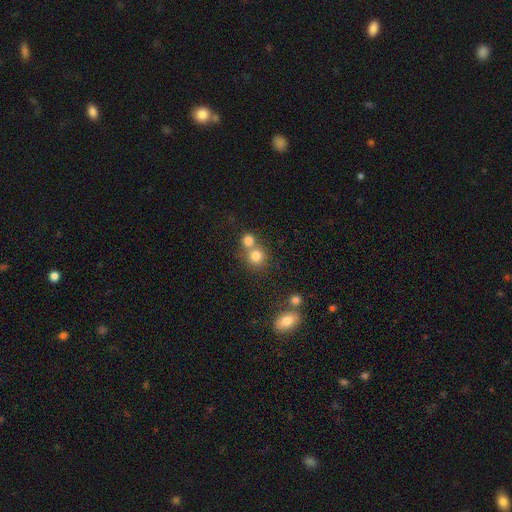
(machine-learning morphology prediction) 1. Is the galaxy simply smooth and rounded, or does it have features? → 78% smooth, 13% star or artifact, 9% featured or disk.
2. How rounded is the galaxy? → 88% round, 11% in between, 1% cigar-shaped.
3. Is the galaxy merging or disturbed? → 52% none, 39% merger, 6% minor disturbance, 3% major disturbance.